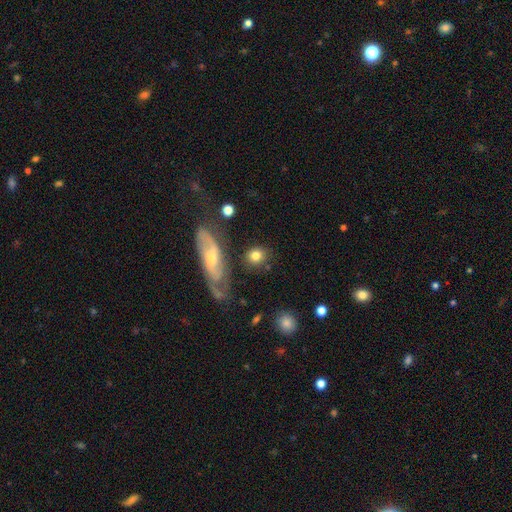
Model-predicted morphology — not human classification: The model was most divided on "how rounded": round: 77%, in between: 19%, cigar-shaped: 3%. More confident: smooth or featured — smooth (78%); merging — none (77%).